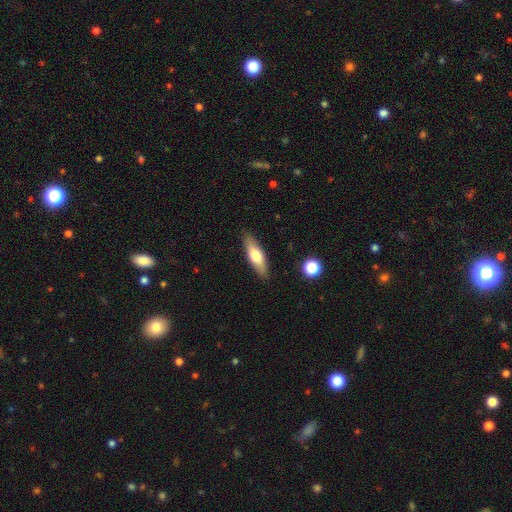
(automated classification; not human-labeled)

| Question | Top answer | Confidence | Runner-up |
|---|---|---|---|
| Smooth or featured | smooth | 64% | featured or disk (30%) |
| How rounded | cigar-shaped | 51% | in between (47%) |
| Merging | none | 87% | minor disturbance (9%) |